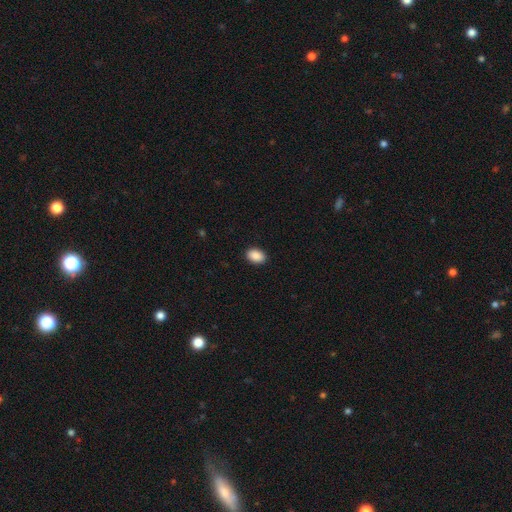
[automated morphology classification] The model was most divided on "how rounded": in between: 84%, round: 15%, cigar-shaped: 1%. More confident: merging — none (91%); smooth or featured — smooth (90%).